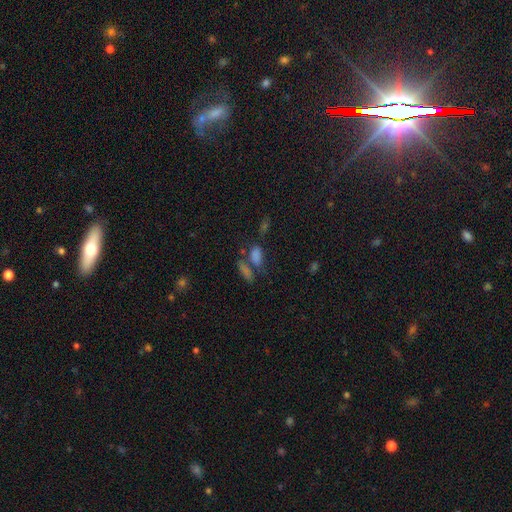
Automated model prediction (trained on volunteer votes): A smooth galaxy with no disk features (66%) that is in between round and cigar-shaped (70%).

Vote fractions:
- Smooth or featured? smooth: 66% / star or artifact: 22% / featured or disk: 12%
- How rounded? in between: 70% / cigar-shaped: 21% / round: 9%
- Merging? none: 43% / merger: 37% / minor disturbance: 11% / major disturbance: 8%